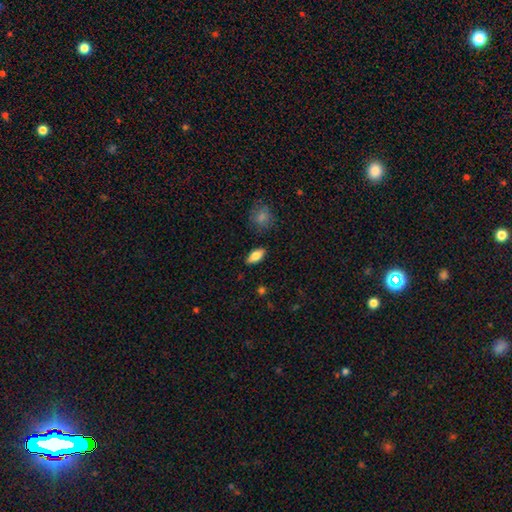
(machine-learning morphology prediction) smooth-or-featured: smooth: 78% | featured or disk: 15% | star or artifact: 7%
  how-rounded: in between: 86% | cigar-shaped: 11% | round: 4%
  merging: none: 86% | minor disturbance: 10% | major disturbance: 2% | merger: 1%